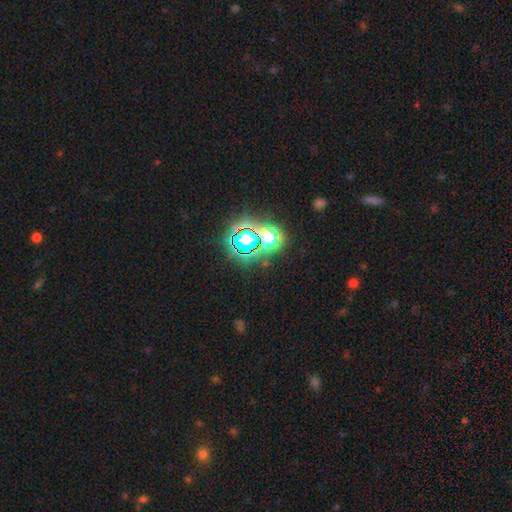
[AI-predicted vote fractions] Overall: star or artifact (78%).